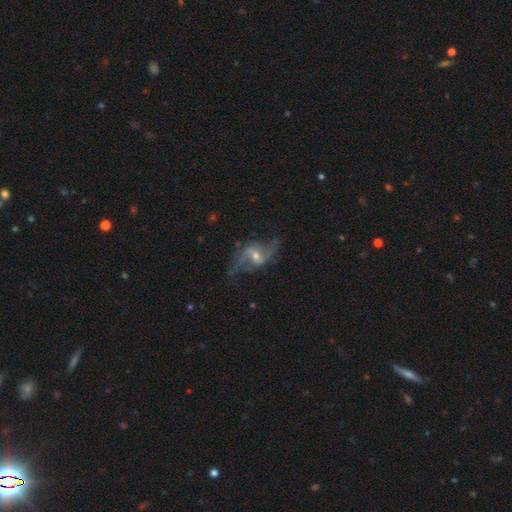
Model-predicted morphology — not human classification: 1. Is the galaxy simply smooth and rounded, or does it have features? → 88% featured or disk, 6% star or artifact, 6% smooth.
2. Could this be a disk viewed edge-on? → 96% no, 4% yes.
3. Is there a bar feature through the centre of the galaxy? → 45% weak, 39% no, 17% strong.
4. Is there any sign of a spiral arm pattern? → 95% yes, 5% no.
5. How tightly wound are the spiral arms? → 72% loose, 22% medium, 6% tight.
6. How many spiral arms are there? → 91% 2, 3% can't tell, 2% 3, 2% 1, 1% 4, 1% more than 4.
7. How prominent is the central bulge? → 51% moderate, 44% small, 2% large, 2% none, 1% dominant.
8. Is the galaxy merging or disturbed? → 73% none, 16% minor disturbance, 9% major disturbance, 2% merger.